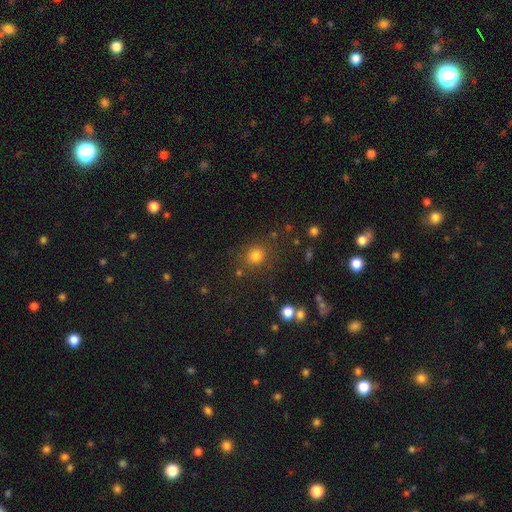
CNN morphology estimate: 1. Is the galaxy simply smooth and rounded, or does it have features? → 78% smooth, 15% star or artifact, 6% featured or disk.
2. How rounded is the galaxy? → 86% round, 13% in between, 1% cigar-shaped.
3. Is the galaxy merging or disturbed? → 82% none, 10% minor disturbance, 4% major disturbance, 4% merger.